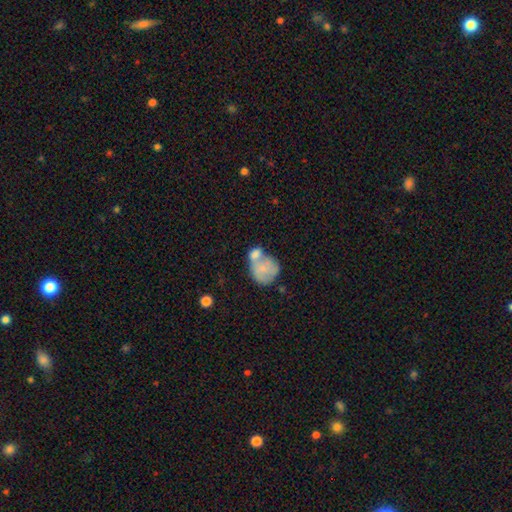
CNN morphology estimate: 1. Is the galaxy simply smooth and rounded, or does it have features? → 62% smooth, 30% featured or disk, 8% star or artifact.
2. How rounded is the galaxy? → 66% round, 33% in between, 1% cigar-shaped.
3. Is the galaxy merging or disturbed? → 52% merger, 24% none, 14% minor disturbance, 10% major disturbance.